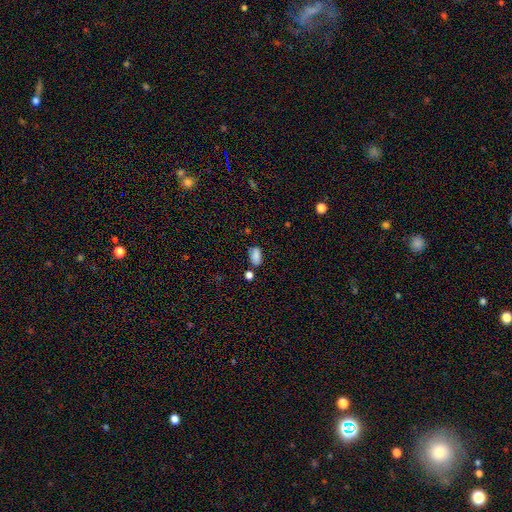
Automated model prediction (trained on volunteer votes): Q: Smooth or featured?
A: smooth (84%); runner-up: star or artifact (10%)
Q: How rounded?
A: in between (89%); runner-up: round (6%)
Q: Merging?
A: none (66%); runner-up: minor disturbance (19%)